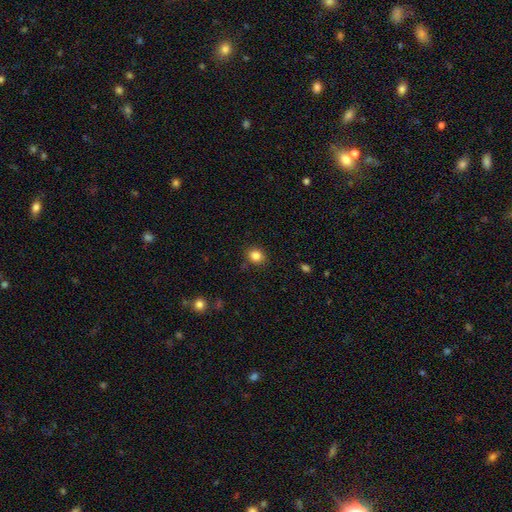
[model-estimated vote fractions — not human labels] This appears to be a smooth galaxy with no disk features (85%) that is round (64%). Merging: none (86%).